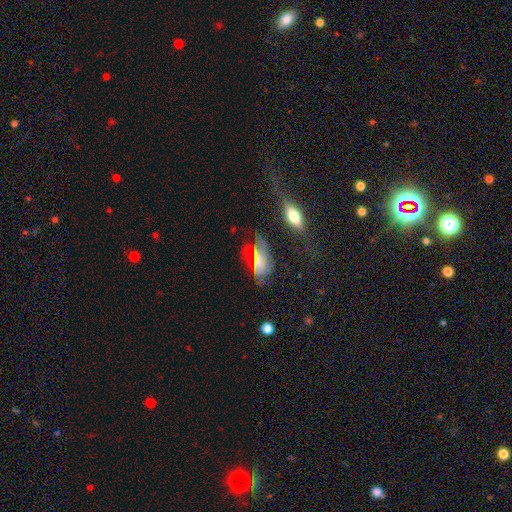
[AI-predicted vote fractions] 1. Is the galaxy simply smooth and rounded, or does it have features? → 56% featured or disk, 30% smooth, 14% star or artifact.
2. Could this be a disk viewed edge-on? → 82% no, 18% yes.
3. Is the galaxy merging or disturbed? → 44% none, 25% major disturbance, 25% minor disturbance, 6% merger.